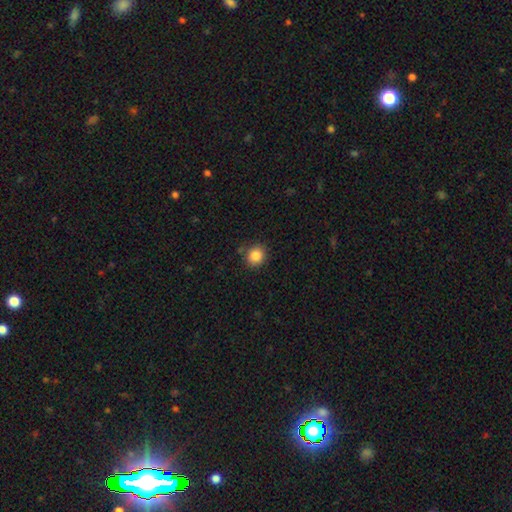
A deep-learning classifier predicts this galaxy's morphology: This appears to be a smooth galaxy with no disk features (86%) that is round (84%). Merging: none (85%).